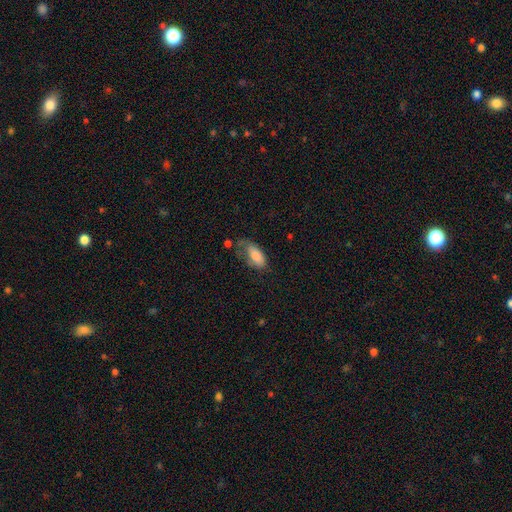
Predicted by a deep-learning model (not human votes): Smooth or featured? smooth (78%)
How rounded? in between (86%)
Merging? none (36%)